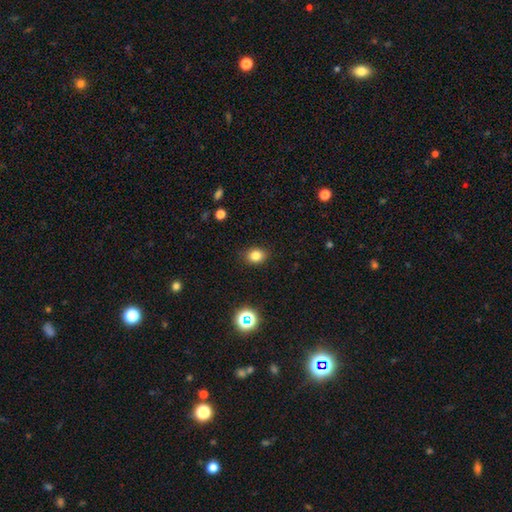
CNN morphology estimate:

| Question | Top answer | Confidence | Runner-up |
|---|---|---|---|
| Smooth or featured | smooth | 81% | star or artifact (13%) |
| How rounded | in between | 52% | round (47%) |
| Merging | none | 88% | minor disturbance (9%) |